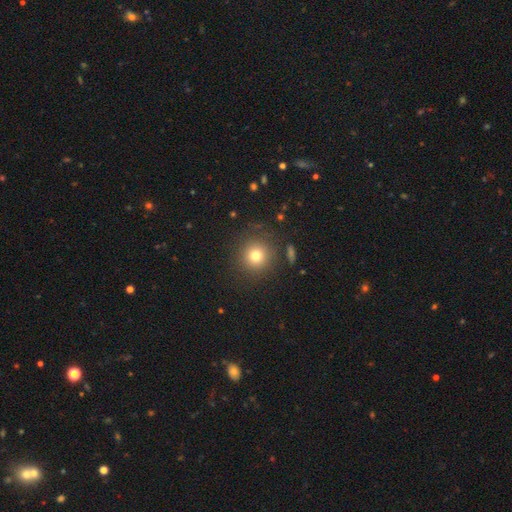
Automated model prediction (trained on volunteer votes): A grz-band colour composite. It shows a smooth galaxy with no disk features (77%) that is round (93%). Merging: none (86%).